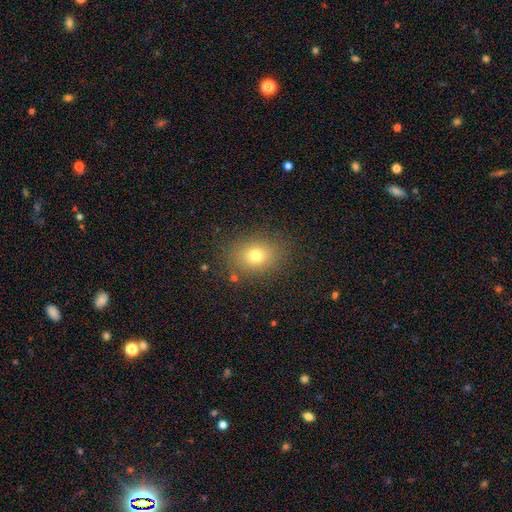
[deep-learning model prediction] This is likely a smooth galaxy (74%). How rounded: possibly in between (55%). Merging: clearly none (83%).